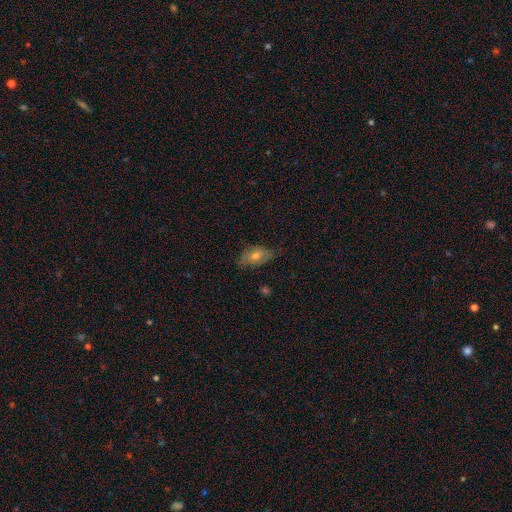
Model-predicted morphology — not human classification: A smooth galaxy with no disk features (59%) that is in between round and cigar-shaped (86%). Merging: none (67%).